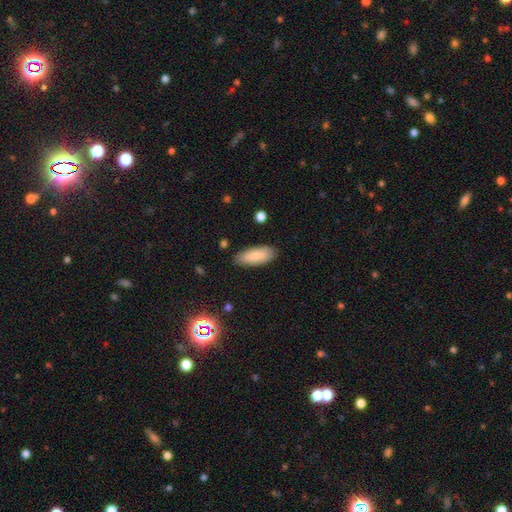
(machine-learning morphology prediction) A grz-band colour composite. It shows a smooth galaxy with no disk features (82%) that is in between round and cigar-shaped (81%). Merging: none (85%).